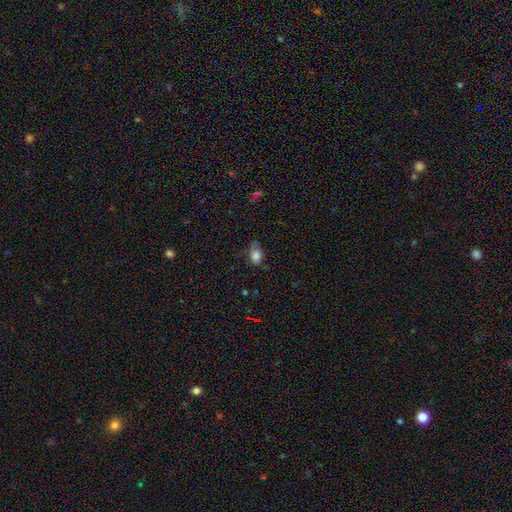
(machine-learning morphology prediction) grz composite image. It shows a smooth galaxy with no disk features (78%) that is in between round and cigar-shaped (68%). Merging: none (43%).